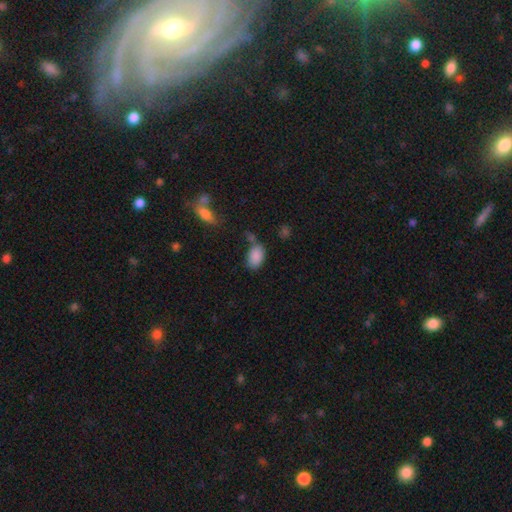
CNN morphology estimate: Smooth or featured? Predicted: smooth (p=0.87). How rounded? Predicted: in between (p=0.90). Merging? Predicted: none (p=0.61).